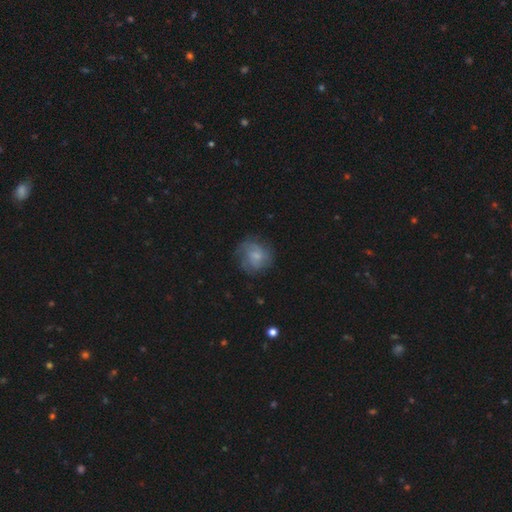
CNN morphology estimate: Smooth or featured? smooth (50%)
Merging? none (68%)